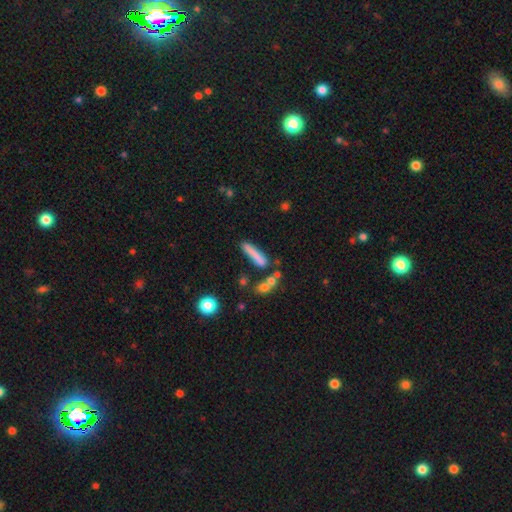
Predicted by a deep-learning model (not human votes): Morphology: type=smooth (74%); roundness=cigar-shaped (88%); merging=none (67%).